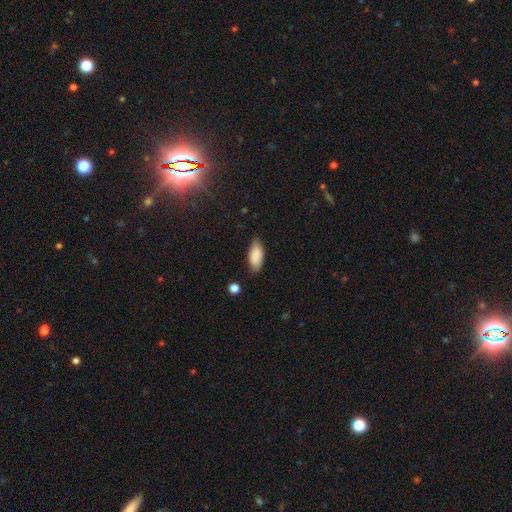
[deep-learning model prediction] smooth 87%, featured or disk 7%, star or artifact 6%. Down the decision tree: how rounded — in between (88%); merging — none (78%).